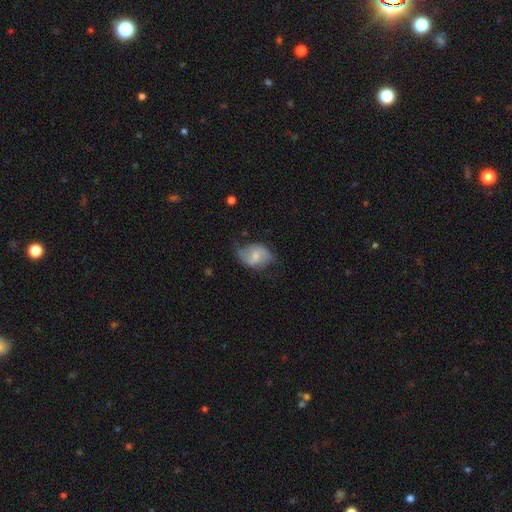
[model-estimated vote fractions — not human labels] A featured or disk galaxy (47%).

Vote fractions:
- Smooth or featured? featured or disk: 47% / smooth: 46% / star or artifact: 7%
- Merging? none: 50% / minor disturbance: 33% / major disturbance: 16% / merger: 2%